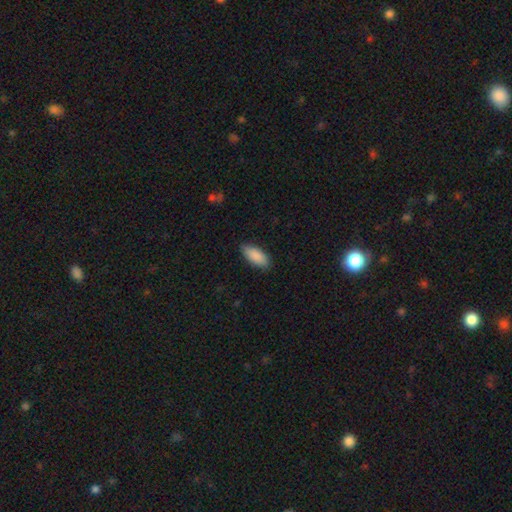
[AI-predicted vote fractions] Morphology: type=smooth (90%); roundness=in between (86%); merging=none (85%).